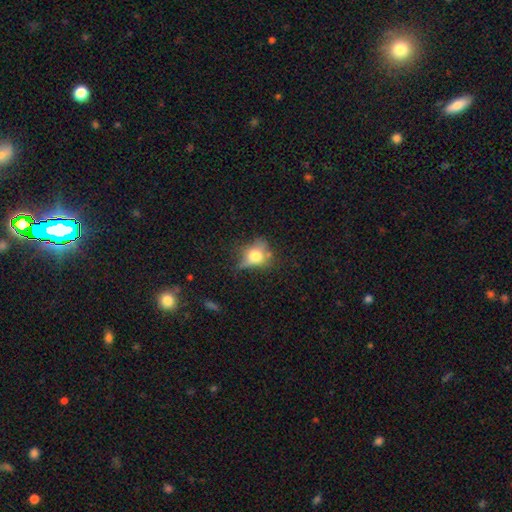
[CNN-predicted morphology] smooth 63%, featured or disk 24%, star or artifact 13%. Down the decision tree: how rounded — round (52%); merging — none (45%).